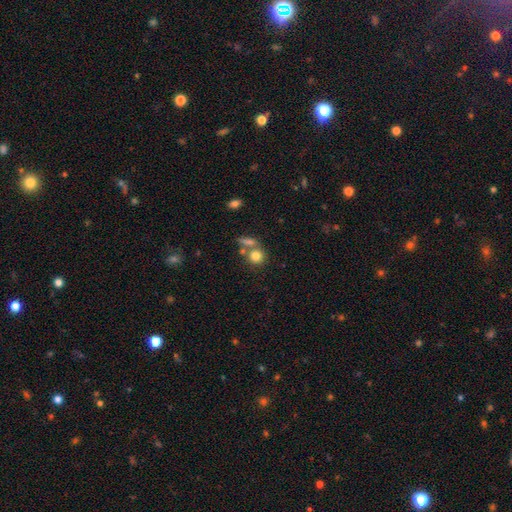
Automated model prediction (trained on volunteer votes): Smooth or featured? Predicted: smooth (p=0.79). How rounded? Predicted: round (p=0.82). Merging? Predicted: none (p=0.53).